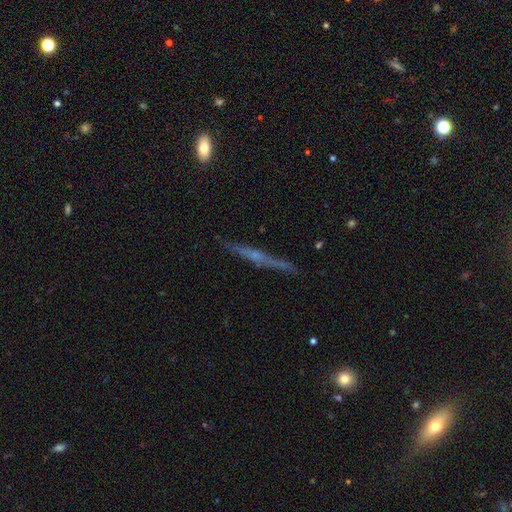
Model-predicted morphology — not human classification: featured or disk 69%, smooth 23%, star or artifact 8%. Down the decision tree: edge-on disk — yes (97%); edge-on bulge — rounded (50%); merging — none (86%).